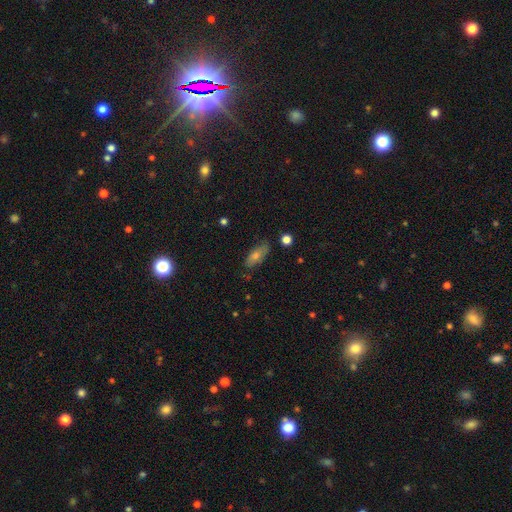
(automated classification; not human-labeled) Smooth or featured? Predicted: smooth (p=0.52). How rounded? Predicted: in between (p=0.71). Merging? Predicted: none (p=0.77).